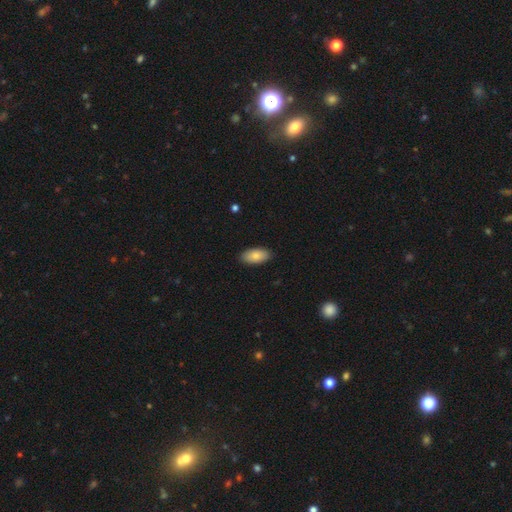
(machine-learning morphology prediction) smooth 82%, featured or disk 11%, star or artifact 6%. Down the decision tree: how rounded — in between (93%); merging — none (89%).